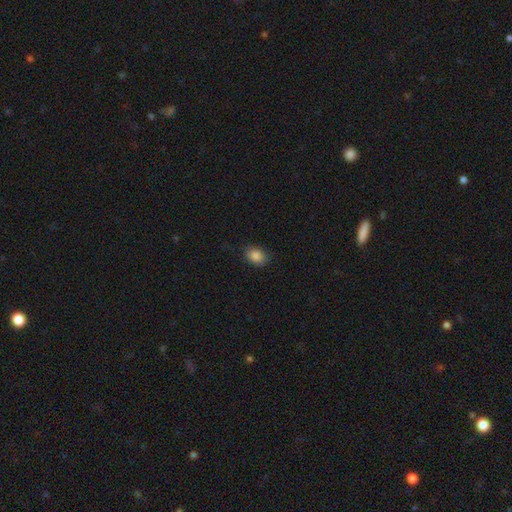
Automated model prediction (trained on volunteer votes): This appears to be a smooth galaxy with no disk features (86%) that is in between round and cigar-shaped (66%). Merging: none (82%).